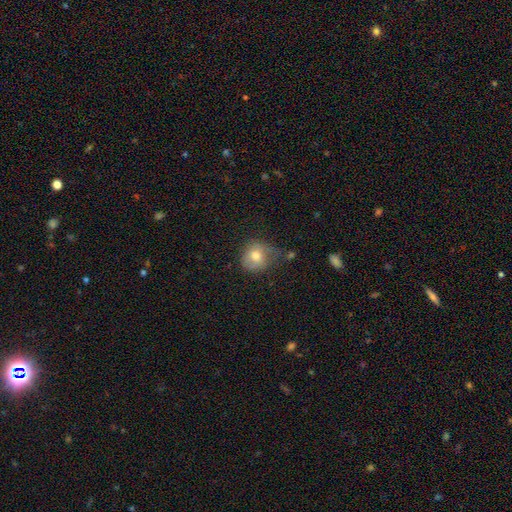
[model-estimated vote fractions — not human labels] Smooth or featured?
  - smooth: 73% *
  - featured or disk: 18%
  - star or artifact: 10%
How rounded?
  - round: 71% *
  - in between: 28%
  - cigar-shaped: 1%
Merging?
  - none: 46% *
  - minor disturbance: 34%
  - major disturbance: 15%
  - merger: 5%